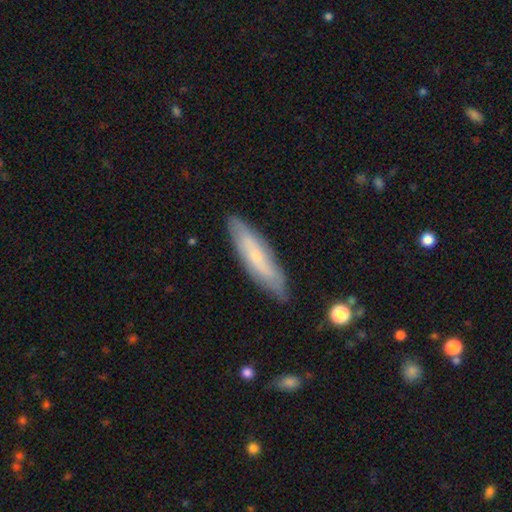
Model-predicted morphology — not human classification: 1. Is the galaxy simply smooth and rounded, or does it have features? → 48% featured or disk, 46% smooth, 6% star or artifact.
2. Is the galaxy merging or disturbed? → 80% none, 16% minor disturbance, 3% major disturbance, 2% merger.